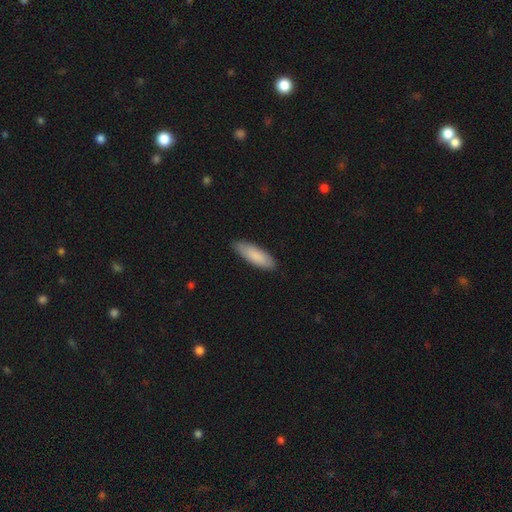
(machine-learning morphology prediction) This is clearly a smooth galaxy (87%). How rounded: possibly in between (54%). Merging: clearly none (84%).